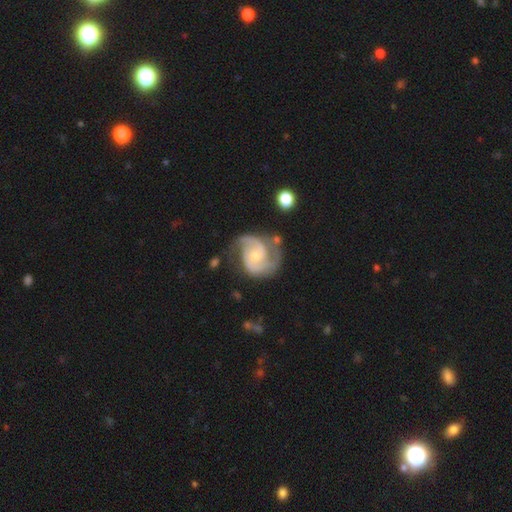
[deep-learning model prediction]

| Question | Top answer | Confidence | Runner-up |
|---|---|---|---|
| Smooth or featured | featured or disk | 89% | smooth (6%) |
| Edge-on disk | no | 98% | yes (2%) |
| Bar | no | 60% | weak (33%) |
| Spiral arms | yes | 97% | no (3%) |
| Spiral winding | medium | 54% | tight (30%) |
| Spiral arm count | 2 | 87% | can't tell (4%) |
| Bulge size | small | 48% | moderate (47%) |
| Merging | none | 61% | minor disturbance (23%) |